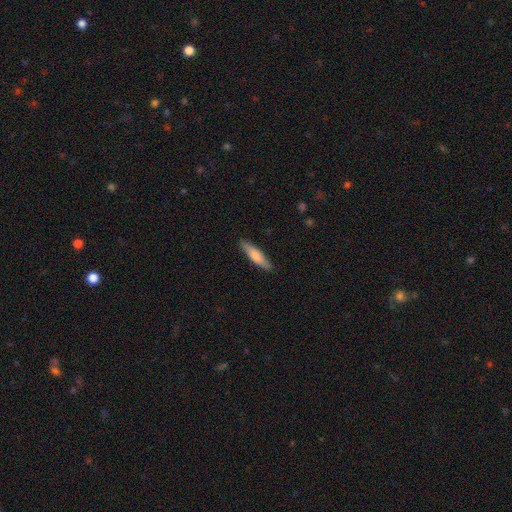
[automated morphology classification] Smooth or featured: smooth — 72% (featured or disk — 23%)
How rounded: cigar-shaped — 78% (in between — 21%)
Merging: none — 88% (minor disturbance — 9%)